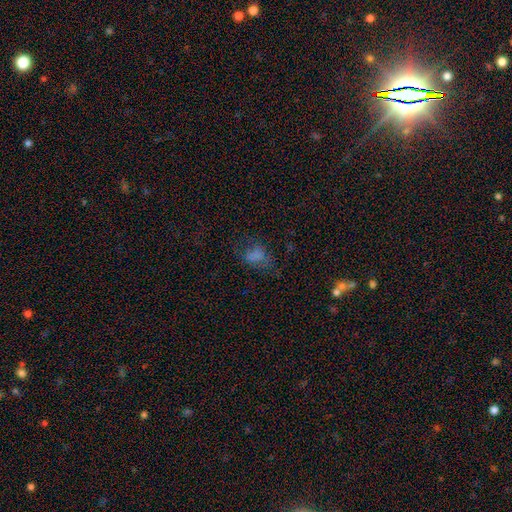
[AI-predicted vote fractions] smooth 64%, star or artifact 21%, featured or disk 15%. Down the decision tree: how rounded — in between (76%); merging — none (48%).